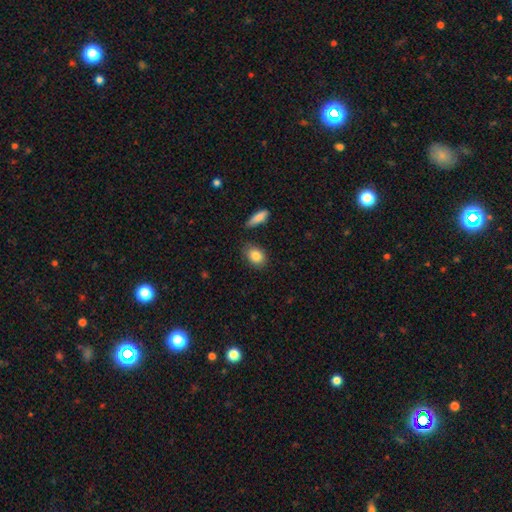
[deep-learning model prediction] Smooth or featured? smooth (85%)
How rounded? in between (76%)
Merging? none (78%)